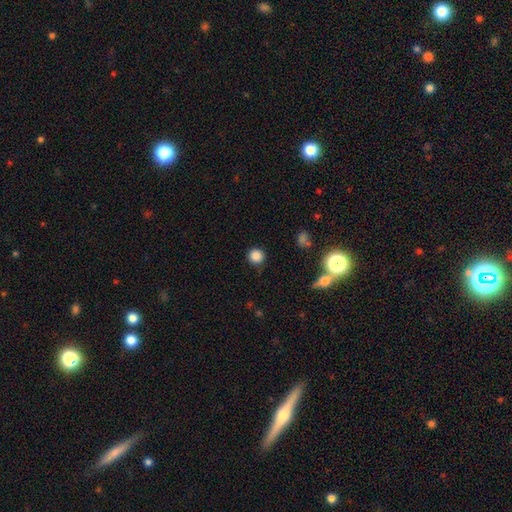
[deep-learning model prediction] The model was most divided on "smooth or featured": smooth: 85%, star or artifact: 11%, featured or disk: 4%. More confident: how rounded — round (93%); merging — none (89%).